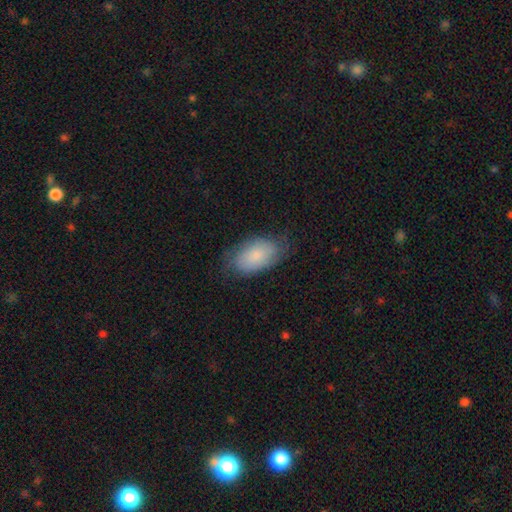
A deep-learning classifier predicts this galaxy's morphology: type=smooth (74%); roundness=in between (93%); merging=none (69%).